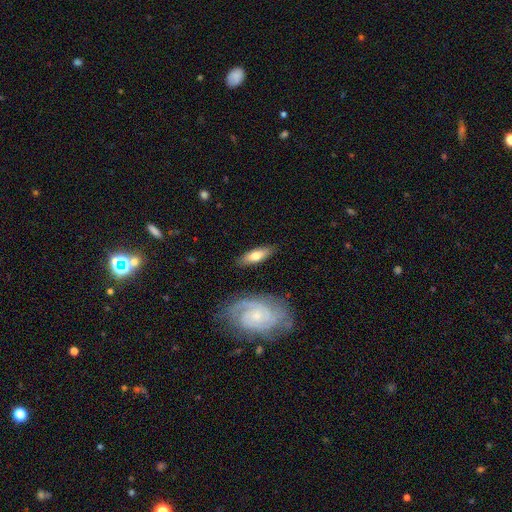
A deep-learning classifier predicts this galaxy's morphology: The model was most divided on "smooth or featured": smooth: 55%, featured or disk: 39%, star or artifact: 5%. More confident: merging — none (80%); how rounded — in between (58%).